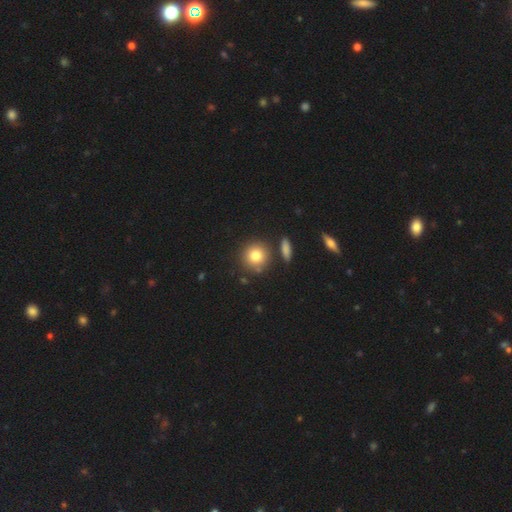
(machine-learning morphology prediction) A smooth galaxy with no disk features (80%) that is round (90%). Merging: none (78%).